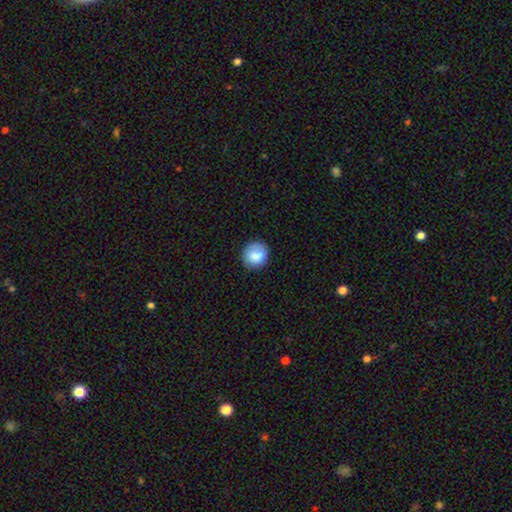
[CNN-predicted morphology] Smooth or featured?
  - smooth: 83% *
  - featured or disk: 10%
  - star or artifact: 8%
How rounded?
  - round: 82% *
  - in between: 17%
  - cigar-shaped: 1%
Merging?
  - none: 79% *
  - minor disturbance: 15%
  - major disturbance: 4%
  - merger: 2%